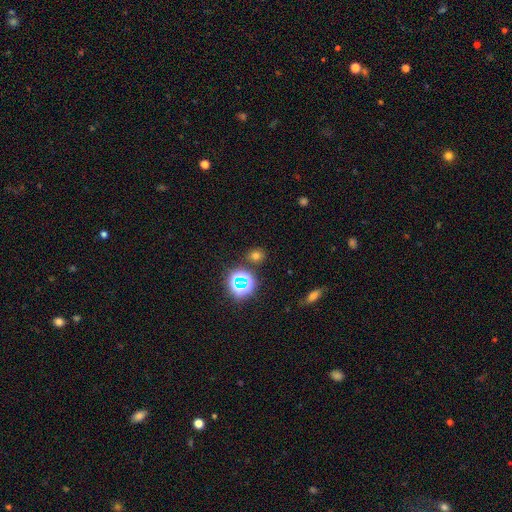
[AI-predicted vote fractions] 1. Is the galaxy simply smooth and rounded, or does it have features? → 66% smooth, 28% star or artifact, 6% featured or disk.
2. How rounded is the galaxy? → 78% round, 21% in between, 1% cigar-shaped.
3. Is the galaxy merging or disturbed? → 84% none, 9% minor disturbance, 5% merger, 3% major disturbance.